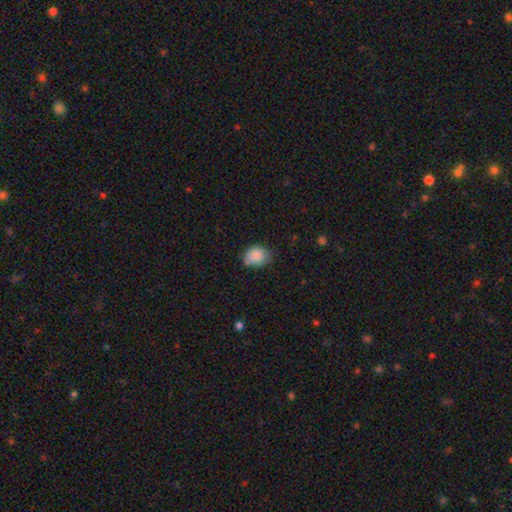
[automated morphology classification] Smooth or featured: smooth — 86% (star or artifact — 9%)
How rounded: round — 58% (in between — 41%)
Merging: none — 65% (minor disturbance — 26%)